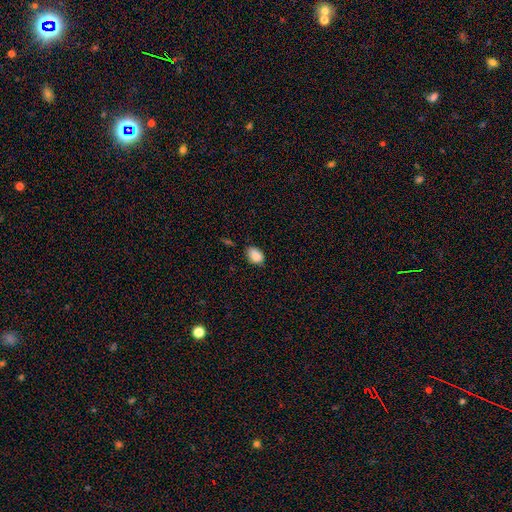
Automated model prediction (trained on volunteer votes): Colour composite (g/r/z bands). It shows a smooth galaxy with no disk features (88%) that is in between round and cigar-shaped (84%). Merging: none (74%).